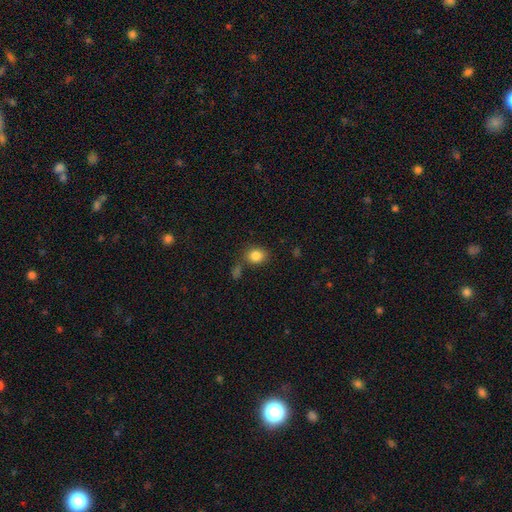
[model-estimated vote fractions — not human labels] The model was most divided on "how rounded": round: 60%, in between: 39%, cigar-shaped: 1%. More confident: smooth or featured — smooth (84%); merging — none (71%).